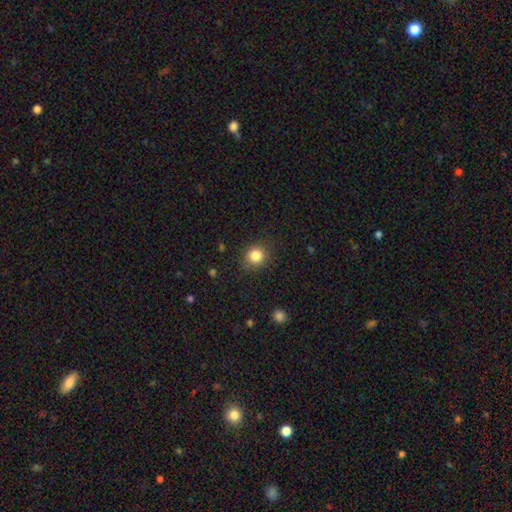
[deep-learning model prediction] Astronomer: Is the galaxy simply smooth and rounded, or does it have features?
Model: smooth — 84%.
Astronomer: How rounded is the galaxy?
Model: round — 86%.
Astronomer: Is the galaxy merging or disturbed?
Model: none — 86%.